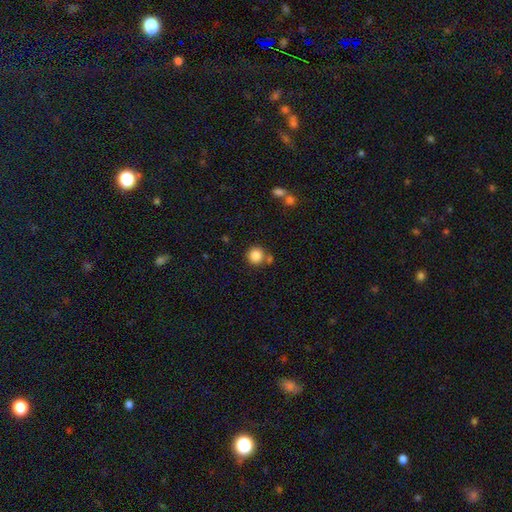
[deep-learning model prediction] Smooth or featured? smooth (84%)
How rounded? round (93%)
Merging? none (74%)